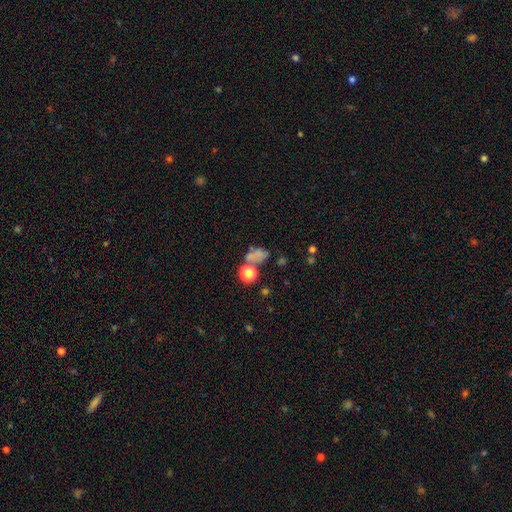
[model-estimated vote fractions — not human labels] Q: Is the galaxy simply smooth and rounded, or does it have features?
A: smooth — 65%.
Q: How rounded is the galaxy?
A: in between — 64%.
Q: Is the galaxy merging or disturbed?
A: none — 38%.